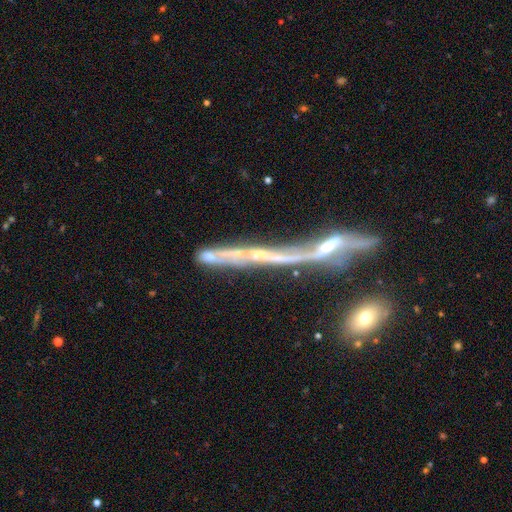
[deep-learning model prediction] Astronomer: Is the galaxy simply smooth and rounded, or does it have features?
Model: featured or disk — 67%.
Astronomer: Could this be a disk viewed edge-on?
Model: yes — 63%.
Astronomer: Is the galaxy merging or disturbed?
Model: merger — 47% (runner-up: none, 26%).